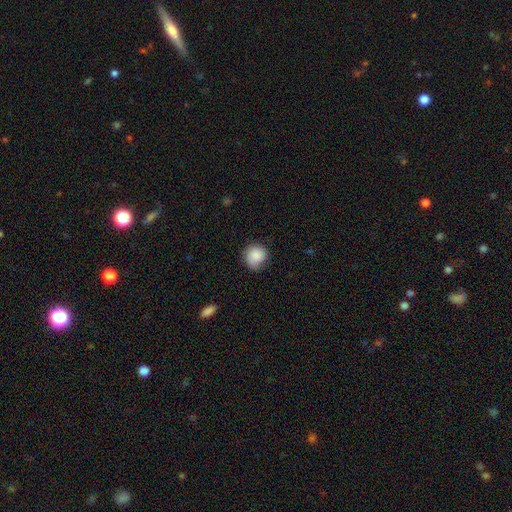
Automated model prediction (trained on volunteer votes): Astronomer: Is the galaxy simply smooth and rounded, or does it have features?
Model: smooth — 86%.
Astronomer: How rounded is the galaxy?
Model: round — 86%.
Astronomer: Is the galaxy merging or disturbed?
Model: none — 71%.